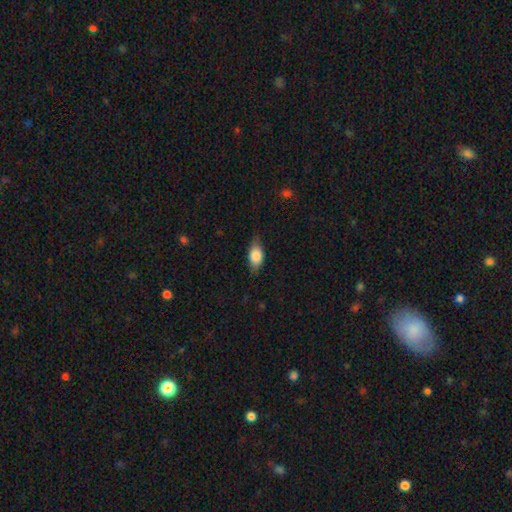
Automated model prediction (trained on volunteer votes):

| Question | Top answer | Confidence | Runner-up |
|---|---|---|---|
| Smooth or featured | smooth | 78% | featured or disk (15%) |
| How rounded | in between | 85% | round (8%) |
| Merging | none | 74% | minor disturbance (20%) |